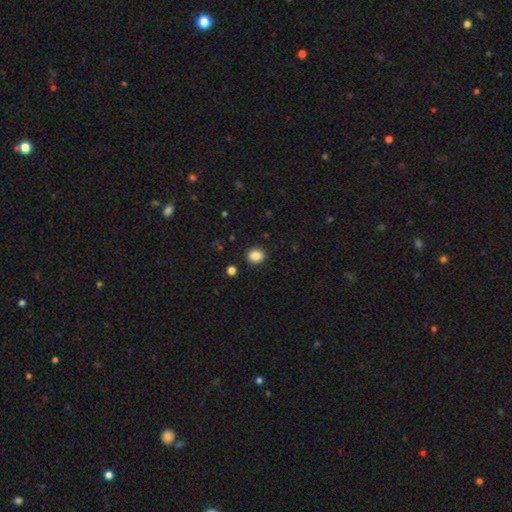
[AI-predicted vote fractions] A smooth galaxy with no disk features (87%) that is round (63%).

Vote fractions:
- Smooth or featured? smooth: 87% / star or artifact: 10% / featured or disk: 3%
- How rounded? round: 63% / in between: 36% / cigar-shaped: 1%
- Merging? none: 89% / minor disturbance: 7% / major disturbance: 2% / merger: 2%